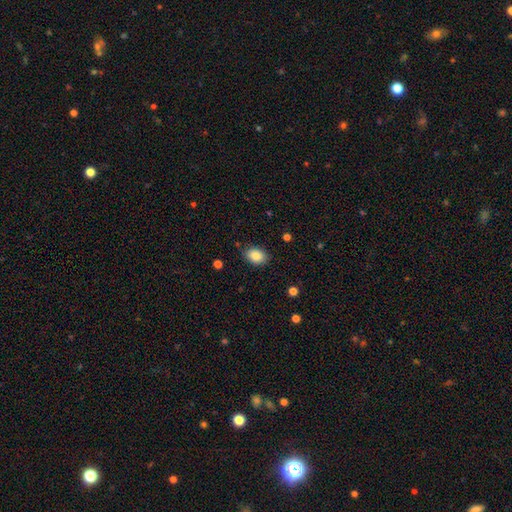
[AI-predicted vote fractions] Morphology: type=smooth (87%); roundness=in between (78%); merging=none (84%).